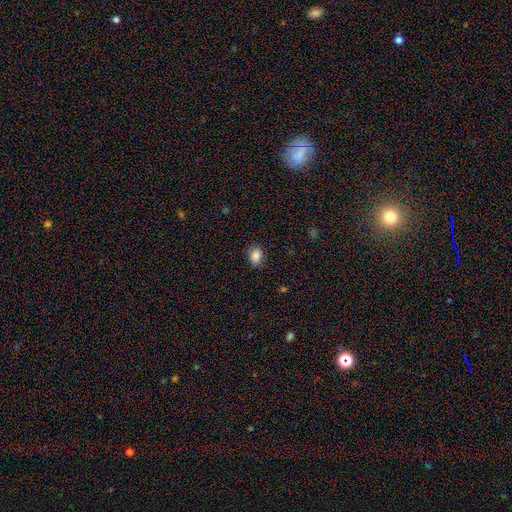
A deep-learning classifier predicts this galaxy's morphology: A smooth galaxy with no disk features (87%) that is in between round and cigar-shaped (68%). Merging: none (86%).